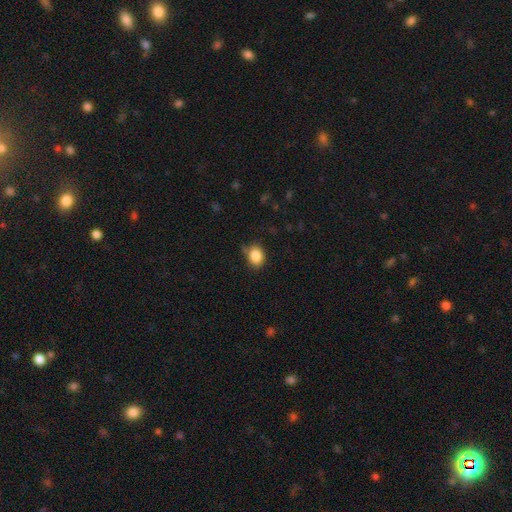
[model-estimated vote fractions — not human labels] Q: Smooth or featured?
A: smooth (86%); runner-up: star or artifact (9%)
Q: How rounded?
A: round (52%); runner-up: in between (47%)
Q: Merging?
A: none (74%); runner-up: minor disturbance (19%)